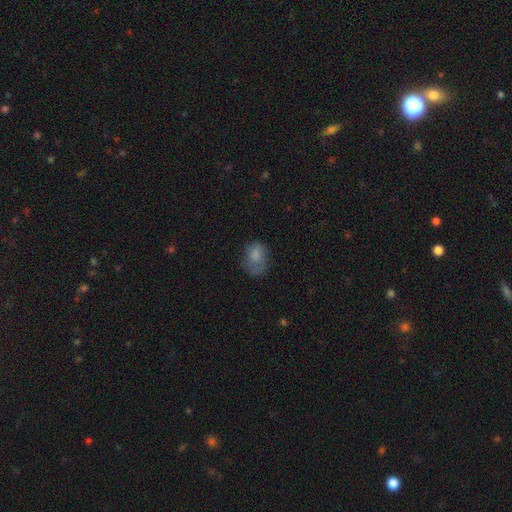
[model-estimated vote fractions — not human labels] smooth-or-featured: smooth: 77% | featured or disk: 13% | star or artifact: 10%
  how-rounded: in between: 69% | round: 30% | cigar-shaped: 1%
  merging: none: 44% | minor disturbance: 30% | major disturbance: 23% | merger: 3%